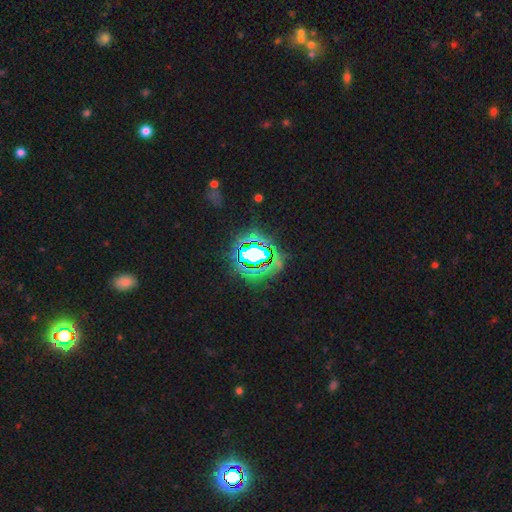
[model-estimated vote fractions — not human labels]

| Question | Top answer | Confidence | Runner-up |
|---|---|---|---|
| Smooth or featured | star or artifact | 72% | smooth (15%) |